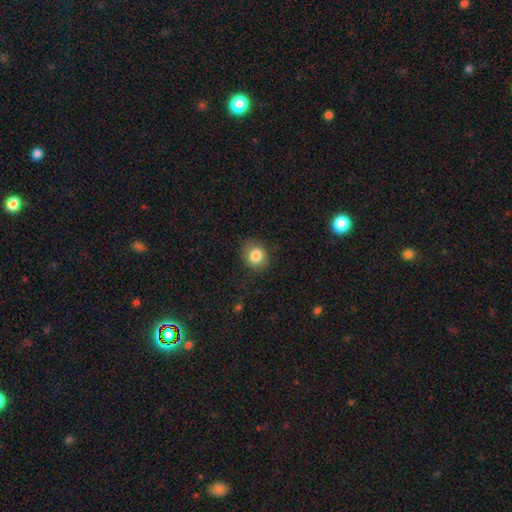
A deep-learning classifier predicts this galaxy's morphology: smooth-or-featured: smooth: 84% | star or artifact: 10% | featured or disk: 6%
  how-rounded: round: 73% | in between: 26% | cigar-shaped: 1%
  merging: none: 82% | minor disturbance: 13% | major disturbance: 4% | merger: 1%